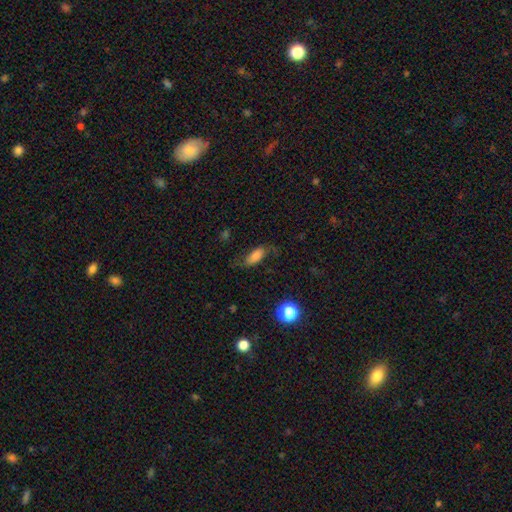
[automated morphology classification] Smooth or featured?
  - smooth: 64% *
  - featured or disk: 25%
  - star or artifact: 11%
How rounded?
  - in between: 82% *
  - cigar-shaped: 13%
  - round: 5%
Merging?
  - none: 61% *
  - minor disturbance: 23%
  - major disturbance: 14%
  - merger: 2%